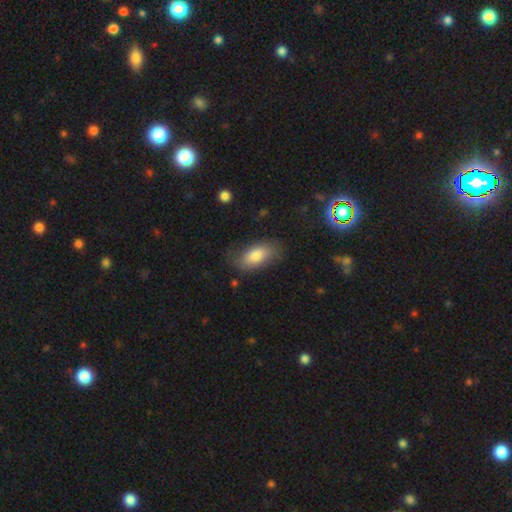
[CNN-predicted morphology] smooth 76%, featured or disk 17%, star or artifact 7%. Down the decision tree: how rounded — in between (90%); merging — none (70%).